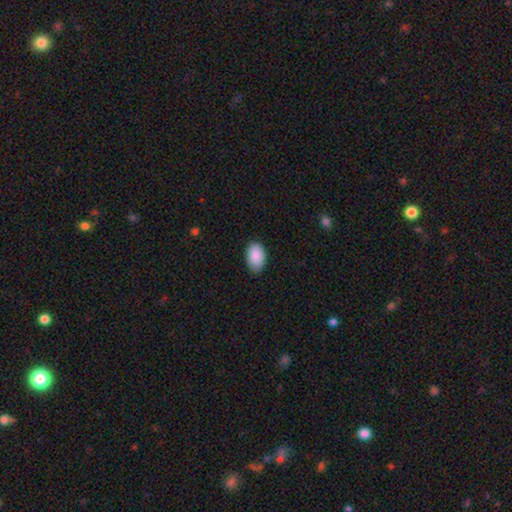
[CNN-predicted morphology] type=smooth (90%); roundness=in between (92%); merging=none (84%).